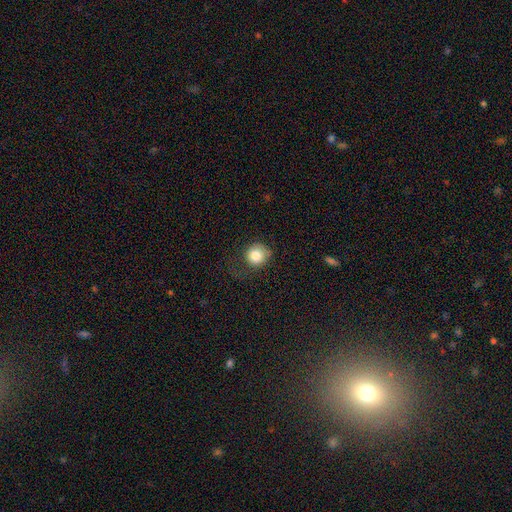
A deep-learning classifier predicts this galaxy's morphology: Q: Smooth or featured?
A: smooth (82%); runner-up: star or artifact (9%)
Q: How rounded?
A: round (85%); runner-up: in between (14%)
Q: Merging?
A: none (51%); runner-up: minor disturbance (27%)